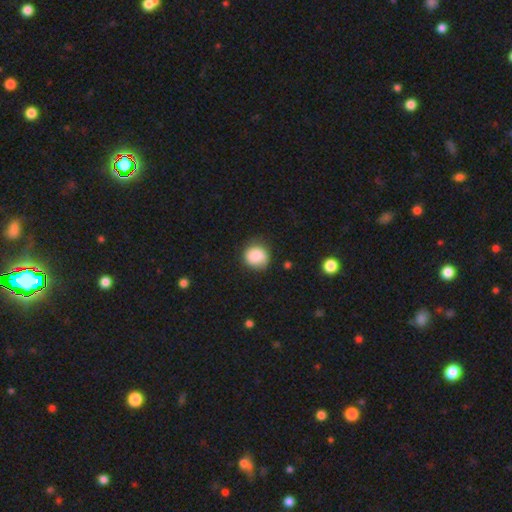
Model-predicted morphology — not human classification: smooth-or-featured: smooth: 82% | featured or disk: 10% | star or artifact: 8%
  how-rounded: round: 81% | in between: 18% | cigar-shaped: 1%
  merging: none: 68% | minor disturbance: 23% | major disturbance: 7% | merger: 2%